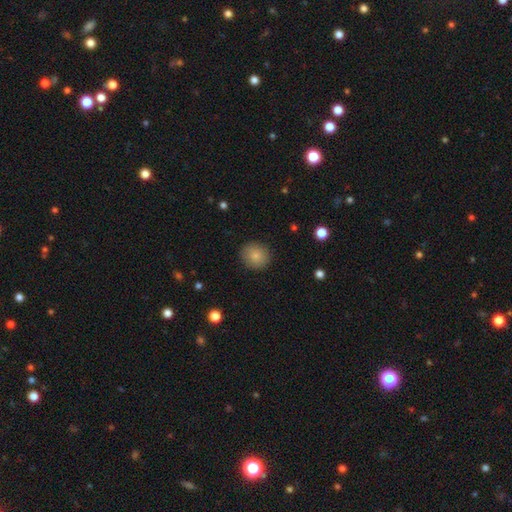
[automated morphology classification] A smooth galaxy with no disk features (83%) that is round (86%).

Vote fractions:
- Smooth or featured? smooth: 83% / star or artifact: 9% / featured or disk: 8%
- How rounded? round: 86% / in between: 13% / cigar-shaped: 1%
- Merging? none: 88% / minor disturbance: 8% / major disturbance: 2% / merger: 1%